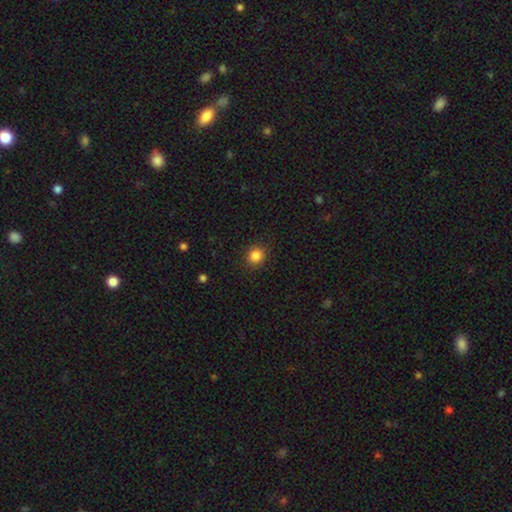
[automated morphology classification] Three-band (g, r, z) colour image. It shows a smooth galaxy with no disk features (85%) that is round (84%). Merging: none (91%).